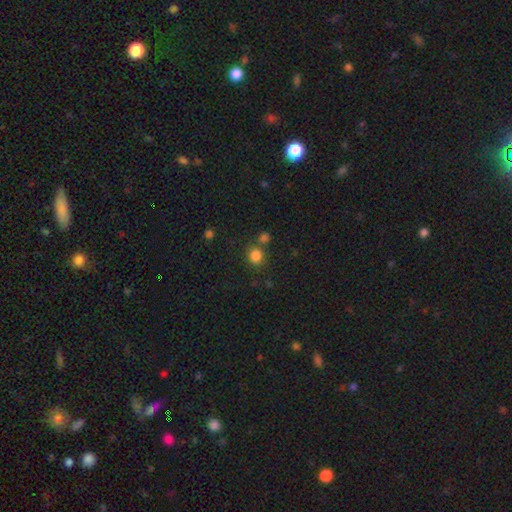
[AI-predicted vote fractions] A smooth galaxy with no disk features (82%) that is round (82%). Merging: none (69%).